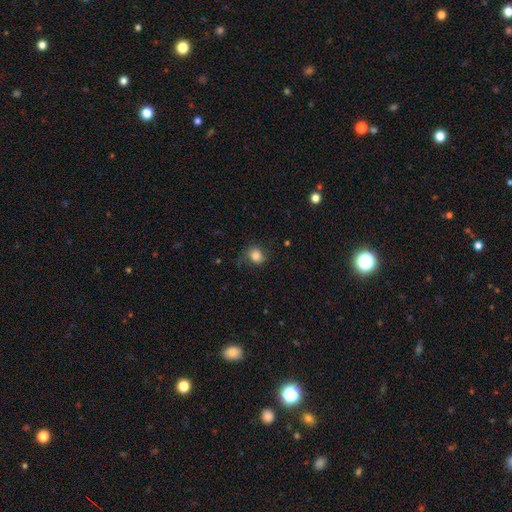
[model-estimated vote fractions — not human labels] Smooth or featured? Predicted: smooth (p=0.76). How rounded? Predicted: round (p=0.75). Merging? Predicted: none (p=0.61).